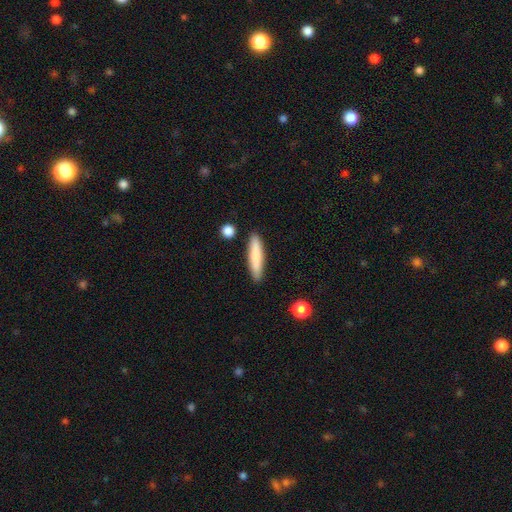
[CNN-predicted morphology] Smooth or featured?
  - smooth: 81% *
  - featured or disk: 13%
  - star or artifact: 6%
How rounded?
  - cigar-shaped: 85% *
  - in between: 13%
  - round: 2%
Merging?
  - none: 88% *
  - minor disturbance: 8%
  - merger: 2%
  - major disturbance: 2%